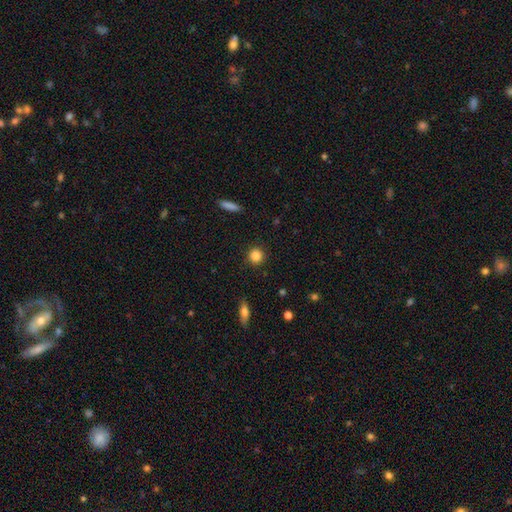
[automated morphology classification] A smooth galaxy with no disk features (85%) that is round (91%).

Vote fractions:
- Smooth or featured? smooth: 85% / star or artifact: 10% / featured or disk: 5%
- How rounded? round: 91% / in between: 7% / cigar-shaped: 1%
- Merging? none: 91% / minor disturbance: 6% / major disturbance: 2% / merger: 1%